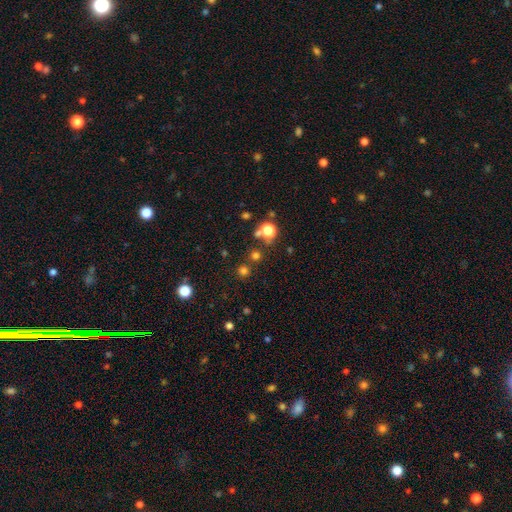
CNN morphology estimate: type=smooth (55%); roundness=round (92%); merging=none (77%).